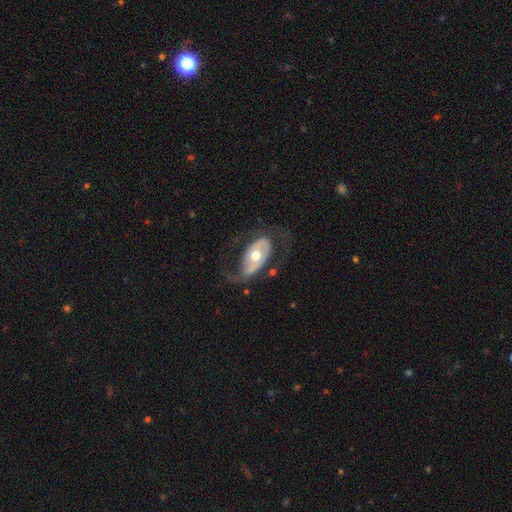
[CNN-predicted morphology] A featured or disk galaxy (73%) with no bar (59%), 2 (80%) loose (47%) spiral arms (75%) and a moderate central bulge (73%). Merging: none (58%).